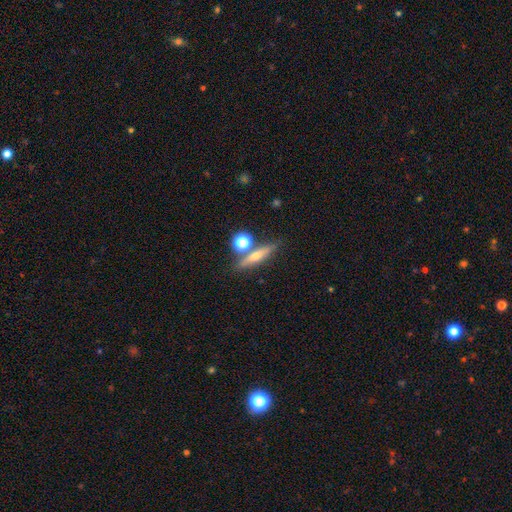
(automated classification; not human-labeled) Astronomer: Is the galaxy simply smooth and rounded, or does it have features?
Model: featured or disk — 46% (runner-up: smooth, 43%).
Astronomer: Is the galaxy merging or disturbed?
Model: none — 70%.